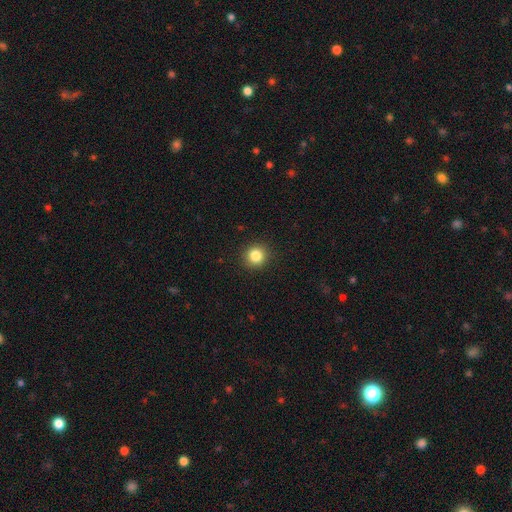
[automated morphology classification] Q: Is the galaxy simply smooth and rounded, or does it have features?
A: smooth — 84%.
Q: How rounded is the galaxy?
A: round — 92%.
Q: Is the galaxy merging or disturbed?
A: none — 92%.